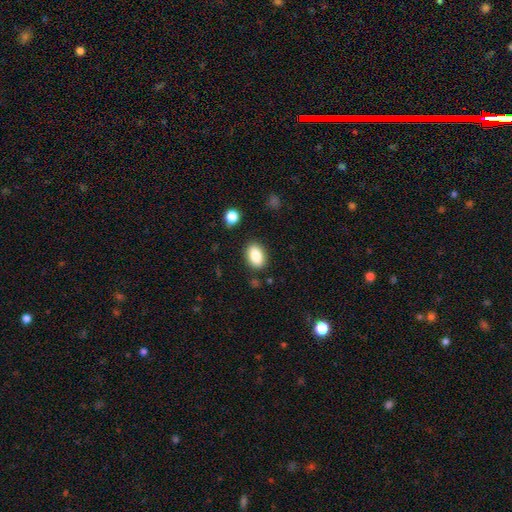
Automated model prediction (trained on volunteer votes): smooth 85%, star or artifact 8%, featured or disk 7%. Down the decision tree: how rounded — in between (85%); merging — none (85%).